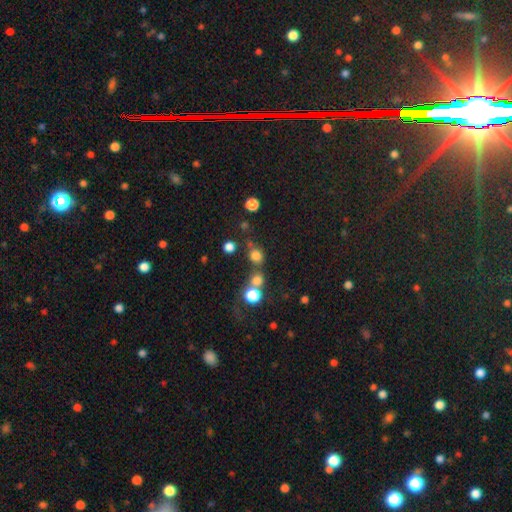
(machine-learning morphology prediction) The model was most divided on "merging": none: 60%, merger: 24%, minor disturbance: 10%, major disturbance: 6%. More confident: how rounded — round (81%); smooth or featured — smooth (75%).